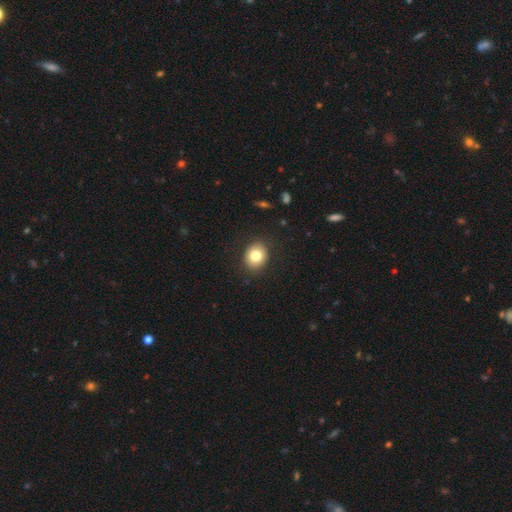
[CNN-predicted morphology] Smooth or featured: smooth — 80% (featured or disk — 11%)
How rounded: round — 60% (in between — 39%)
Merging: none — 88% (minor disturbance — 8%)